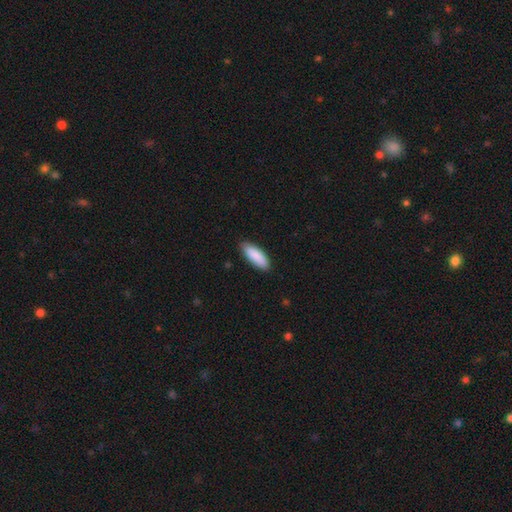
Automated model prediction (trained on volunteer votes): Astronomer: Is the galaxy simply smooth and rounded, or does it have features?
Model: smooth — 89%.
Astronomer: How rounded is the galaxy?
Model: in between — 66%.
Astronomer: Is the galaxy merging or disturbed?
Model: none — 86%.